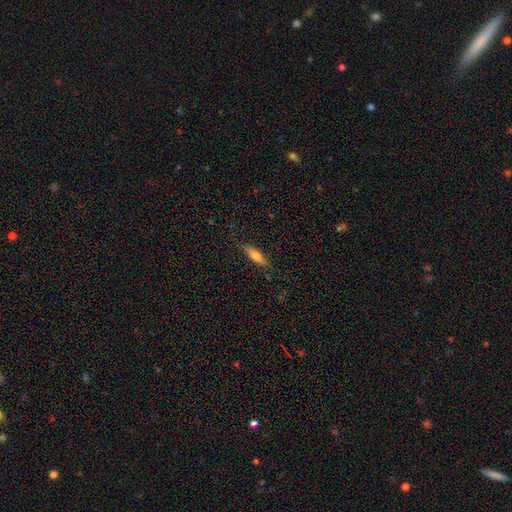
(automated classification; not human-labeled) Q: Smooth or featured?
A: smooth (63%); runner-up: featured or disk (30%)
Q: How rounded?
A: cigar-shaped (61%); runner-up: in between (37%)
Q: Merging?
A: none (82%); runner-up: minor disturbance (14%)